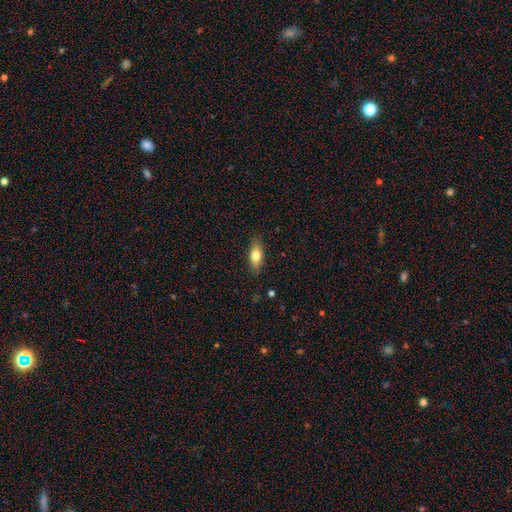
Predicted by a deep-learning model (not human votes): Morphology: type=smooth (72%); roundness=in between (75%); merging=none (85%).